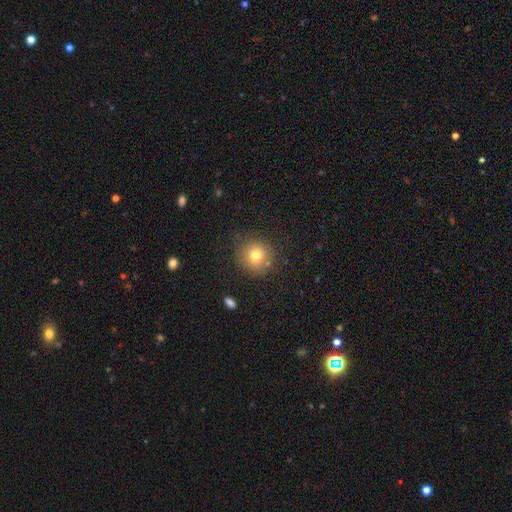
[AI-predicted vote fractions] smooth 77%, star or artifact 12%, featured or disk 11%. Down the decision tree: how rounded — round (91%); merging — none (81%).